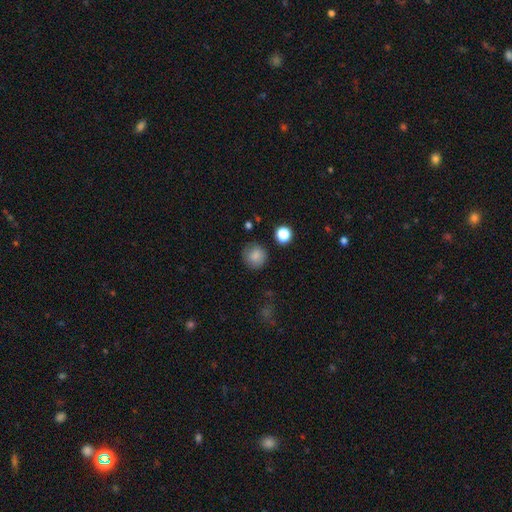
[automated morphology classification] This appears to be a smooth galaxy with no disk features (85%) that is round (91%). Merging: none (83%).